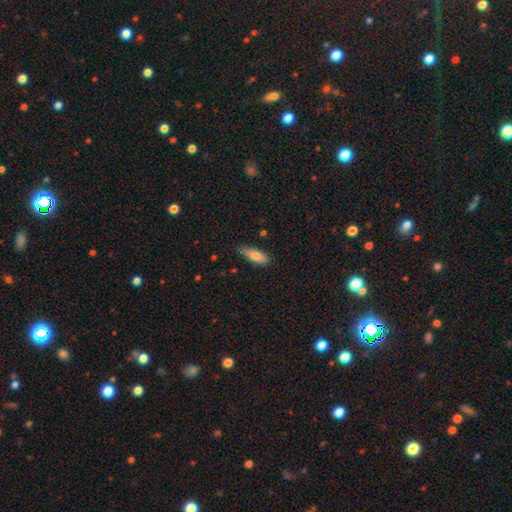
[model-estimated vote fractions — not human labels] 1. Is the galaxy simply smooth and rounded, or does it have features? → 76% smooth, 17% featured or disk, 6% star or artifact.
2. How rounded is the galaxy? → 58% in between, 40% cigar-shaped, 2% round.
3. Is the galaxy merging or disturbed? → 73% none, 23% minor disturbance, 3% major disturbance, 2% merger.